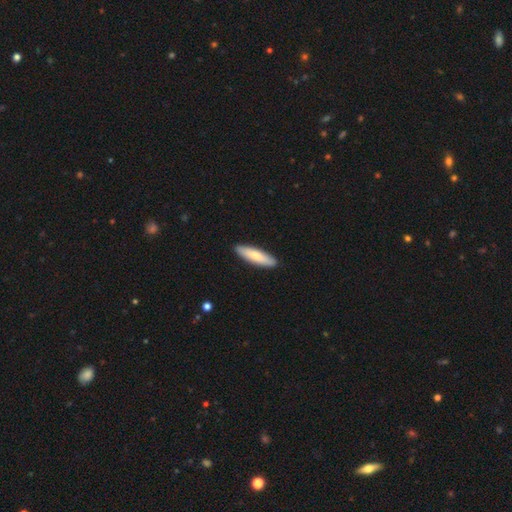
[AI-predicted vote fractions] Smooth or featured? Predicted: smooth (p=0.76). How rounded? Predicted: cigar-shaped (p=0.71). Merging? Predicted: none (p=0.91).